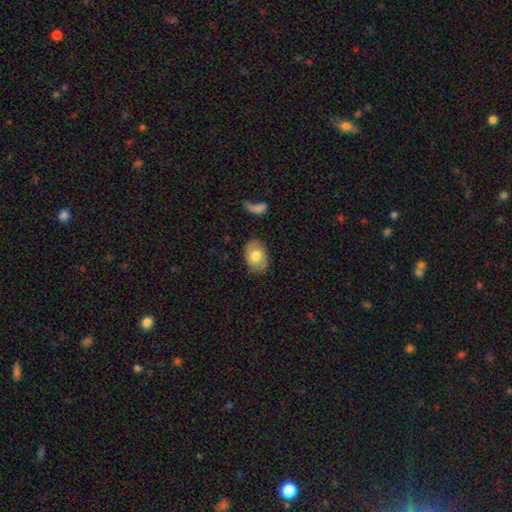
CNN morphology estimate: This is likely a smooth galaxy (73%). How rounded: clearly in between (82%). Merging: clearly none (81%).